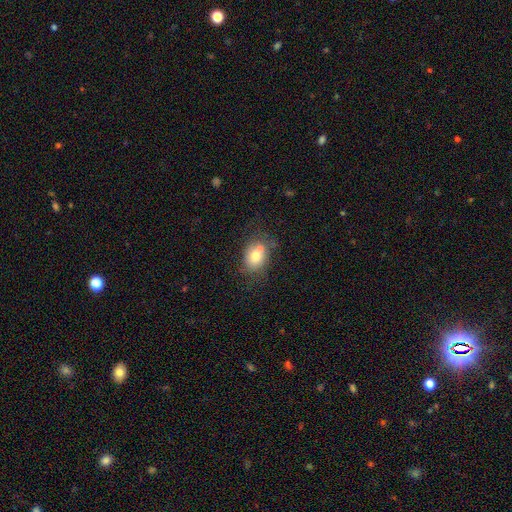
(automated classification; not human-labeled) Q: Smooth or featured?
A: smooth (74%); runner-up: featured or disk (16%)
Q: How rounded?
A: in between (61%); runner-up: round (38%)
Q: Merging?
A: none (52%); runner-up: merger (22%)